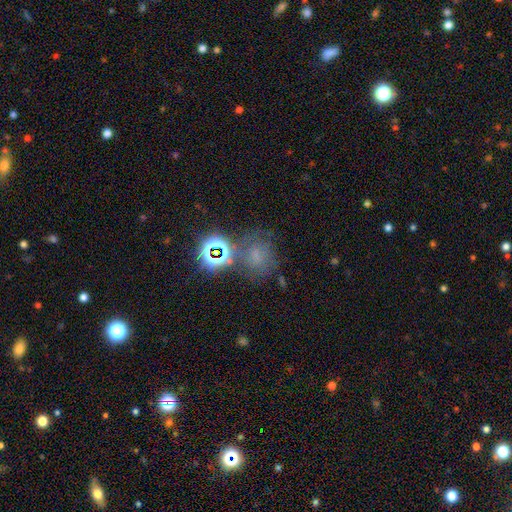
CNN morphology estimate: type=smooth (47%); merging=none (54%).